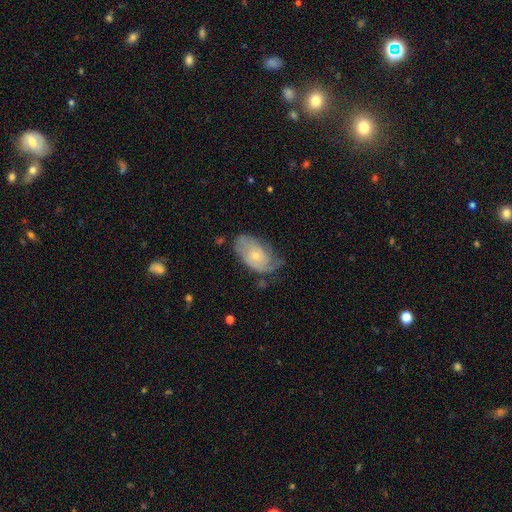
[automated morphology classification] This appears to be a featured or disk galaxy (62%) with no bar (81%), spiral arms (80%) and a small central bulge (64%). Merging: none (48%).